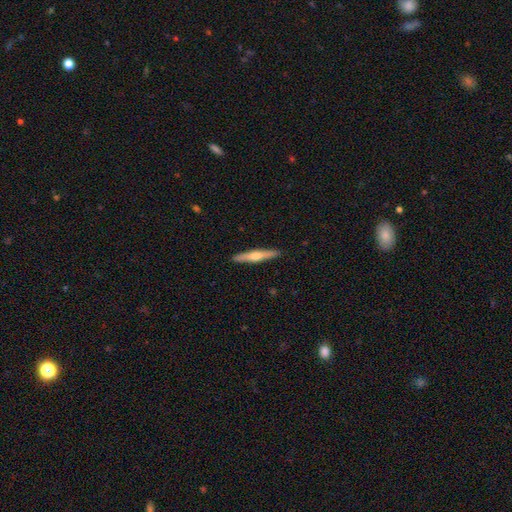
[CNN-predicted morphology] The model was most divided on "smooth or featured": featured or disk: 56%, smooth: 38%, star or artifact: 5%. More confident: edge-on disk — yes (97%); merging — none (92%); edge-on bulge — rounded (89%).